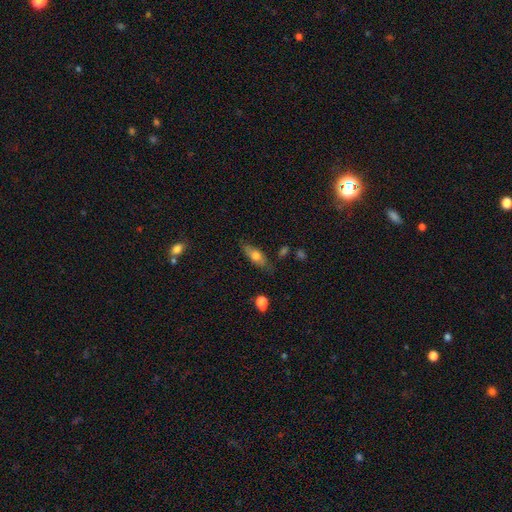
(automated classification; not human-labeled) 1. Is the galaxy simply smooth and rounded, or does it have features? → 64% smooth, 29% featured or disk, 7% star or artifact.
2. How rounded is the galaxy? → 66% in between, 30% cigar-shaped, 4% round.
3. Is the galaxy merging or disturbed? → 73% none, 20% minor disturbance, 5% major disturbance, 3% merger.